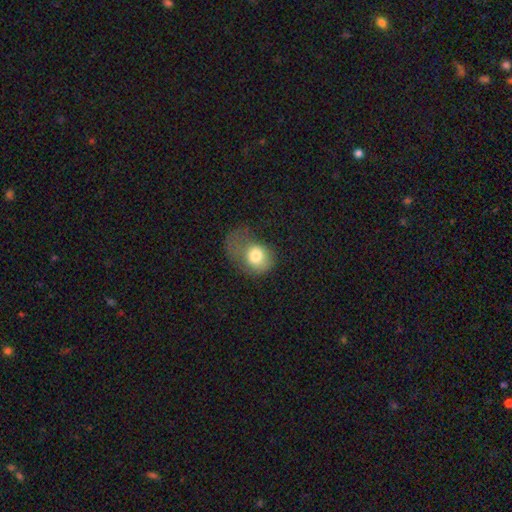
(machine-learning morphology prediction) smooth_or_featured: smooth (p=0.74) [alt: featured or disk p=0.17]
how_rounded: round (p=0.53) [alt: in between p=0.46]
merging: major disturbance (p=0.52) [alt: minor disturbance p=0.26]